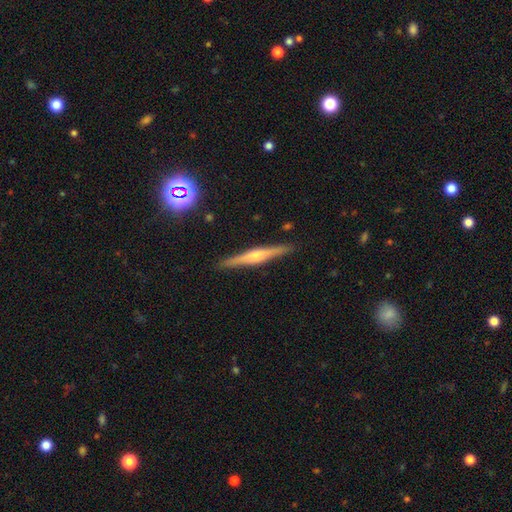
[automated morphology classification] type=featured or disk (72%); edge-on=yes (98%); edge-on bulge=rounded (82%); merging=none (91%).